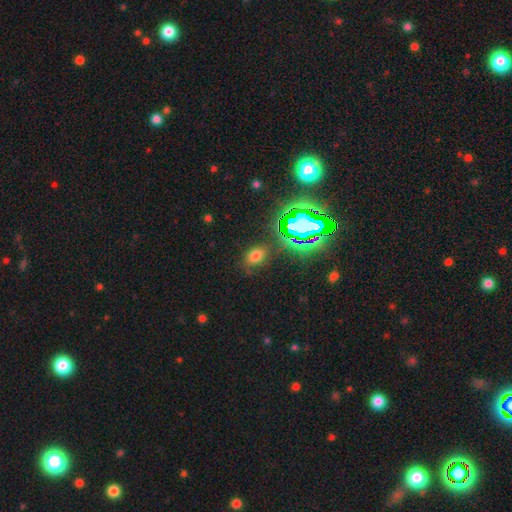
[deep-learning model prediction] Smooth or featured?
  - smooth: 60% *
  - star or artifact: 31%
  - featured or disk: 9%
How rounded?
  - in between: 72% *
  - round: 26%
  - cigar-shaped: 2%
Merging?
  - none: 81% *
  - minor disturbance: 12%
  - major disturbance: 5%
  - merger: 2%